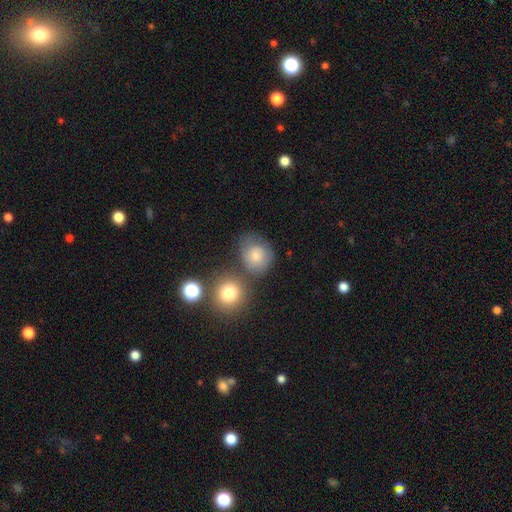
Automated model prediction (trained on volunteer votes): A smooth galaxy with no disk features (72%) that is round (74%).

Vote fractions:
- Smooth or featured? smooth: 72% / featured or disk: 17% / star or artifact: 11%
- How rounded? round: 74% / in between: 25% / cigar-shaped: 1%
- Merging? none: 51% / minor disturbance: 20% / merger: 18% / major disturbance: 11%